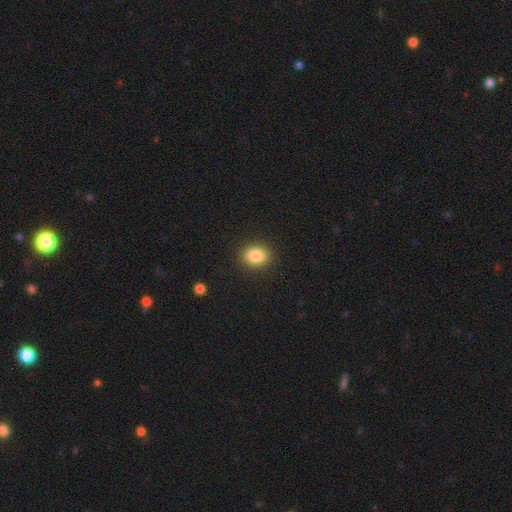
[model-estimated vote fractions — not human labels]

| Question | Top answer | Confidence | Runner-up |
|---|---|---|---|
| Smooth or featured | smooth | 86% | star or artifact (9%) |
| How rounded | in between | 50% | round (49%) |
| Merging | none | 89% | minor disturbance (8%) |